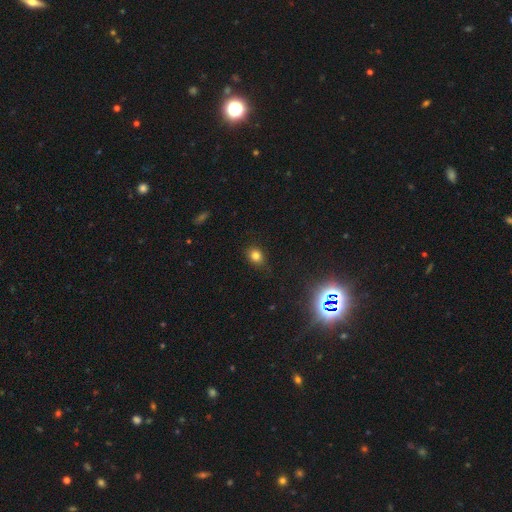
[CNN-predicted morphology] This is likely a smooth galaxy (79%). How rounded: possibly round (59%). Merging: clearly none (83%).